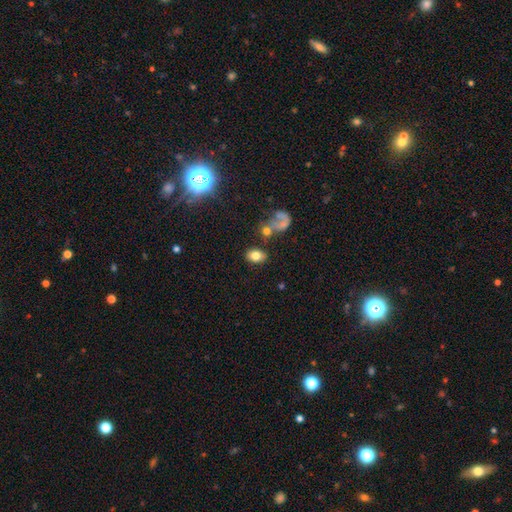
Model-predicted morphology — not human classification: A smooth galaxy with no disk features (76%) that is in between round and cigar-shaped (78%). Merging: none (71%).